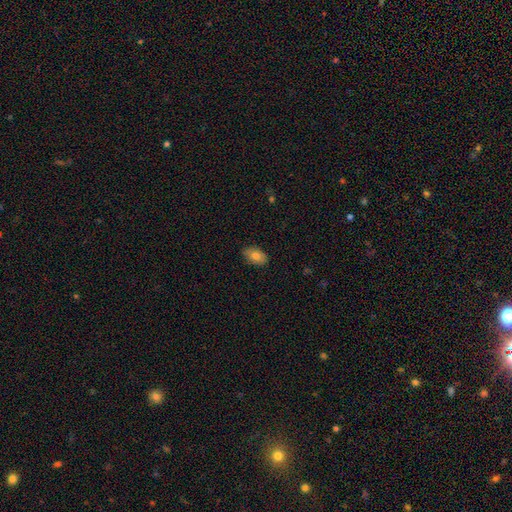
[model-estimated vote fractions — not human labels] Smooth or featured: smooth — 79% (featured or disk — 13%)
How rounded: in between — 91% (round — 8%)
Merging: none — 84% (minor disturbance — 13%)